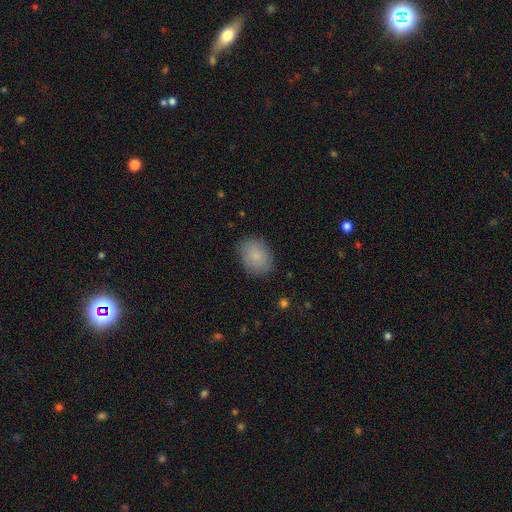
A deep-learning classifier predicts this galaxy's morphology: Overall: smooth (83%). How rounded: in between (57%; round 42%). Merging: none (83%).